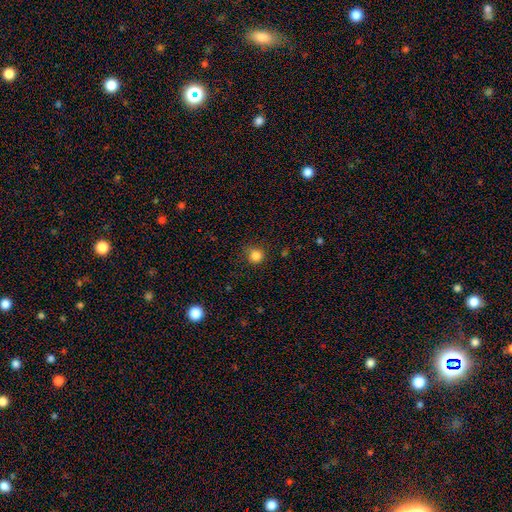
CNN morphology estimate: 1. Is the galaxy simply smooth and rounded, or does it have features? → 84% smooth, 13% star or artifact, 4% featured or disk.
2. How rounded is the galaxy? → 90% round, 9% in between, 1% cigar-shaped.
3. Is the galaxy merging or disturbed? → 79% none, 15% minor disturbance, 4% major disturbance, 1% merger.